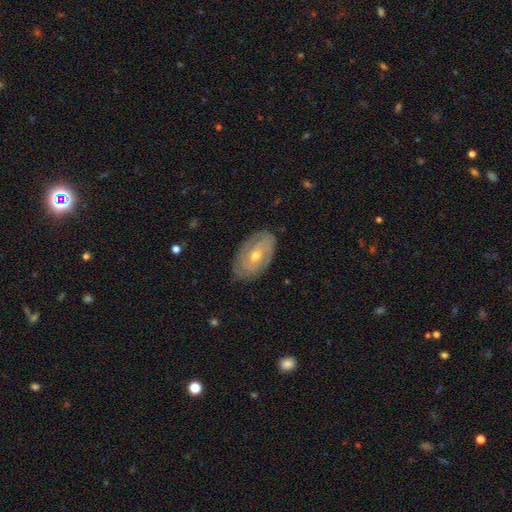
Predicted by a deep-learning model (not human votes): Smooth or featured? Predicted: featured or disk (p=0.70). Edge-on disk? Predicted: no (p=0.93). Bar? Predicted: no (p=0.67). Spiral arms? Predicted: yes (p=0.77). Spiral winding? Predicted: tight (p=0.72). Spiral arm count? Predicted: can't tell (p=0.45). Bulge size? Predicted: small (p=0.49). Merging? Predicted: none (p=0.80).